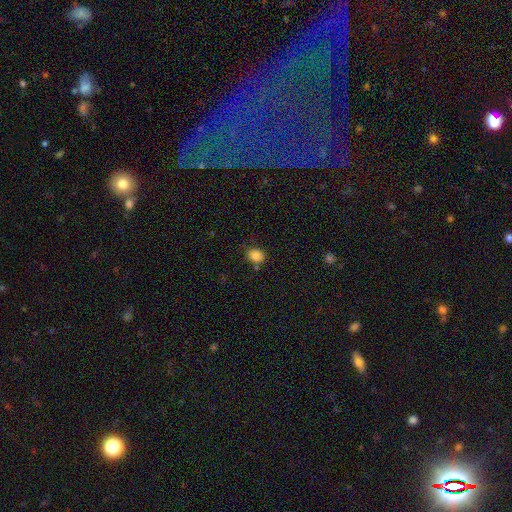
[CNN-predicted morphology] The model was most divided on "how rounded": round: 64%, in between: 35%, cigar-shaped: 1%. More confident: smooth or featured — smooth (86%); merging — none (73%).